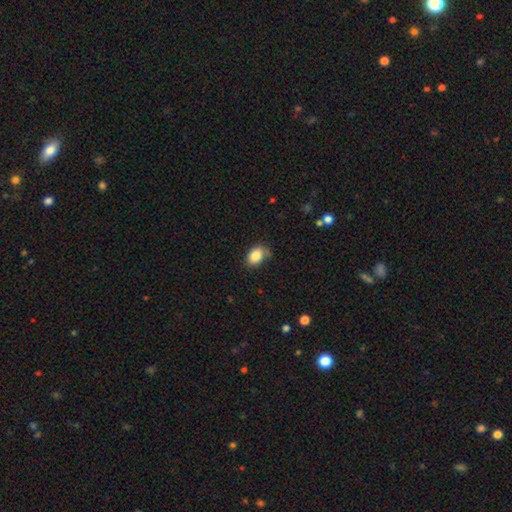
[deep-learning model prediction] This appears to be a smooth galaxy with no disk features (83%) that is in between round and cigar-shaped (79%). Merging: none (60%).